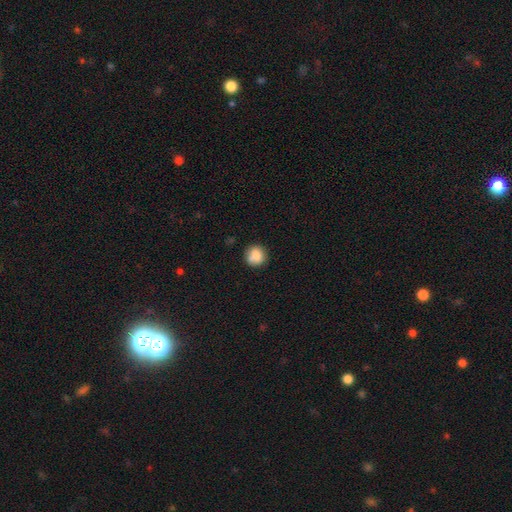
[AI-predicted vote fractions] Overall: smooth (82%). How rounded: round (90%). Merging: none (78%).